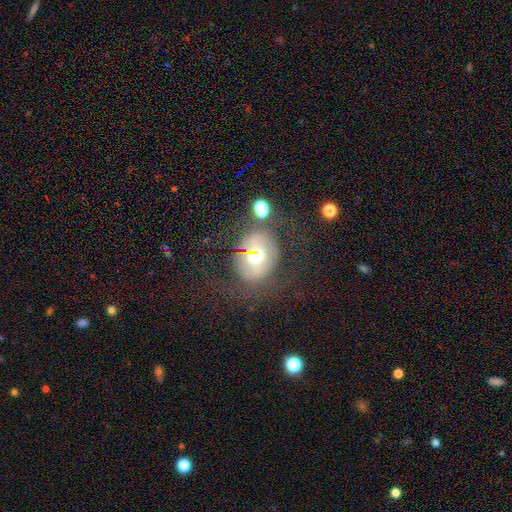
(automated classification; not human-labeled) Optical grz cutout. It shows a smooth galaxy with no disk features (50%) that is round (62%). Merging: none (46%).